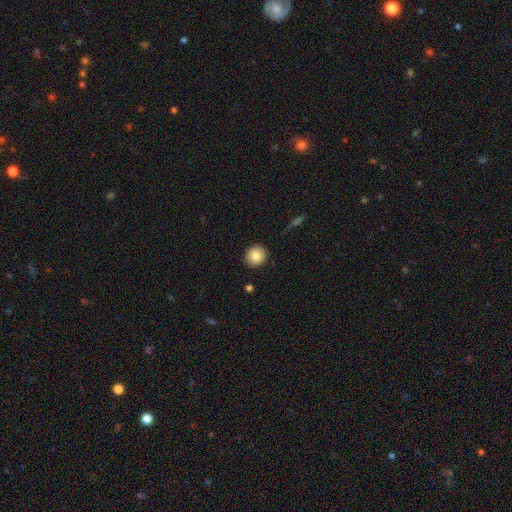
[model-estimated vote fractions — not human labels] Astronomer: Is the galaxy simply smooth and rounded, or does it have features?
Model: smooth — 83%.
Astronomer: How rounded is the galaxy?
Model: round — 92%.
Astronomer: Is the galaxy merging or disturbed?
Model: none — 92%.